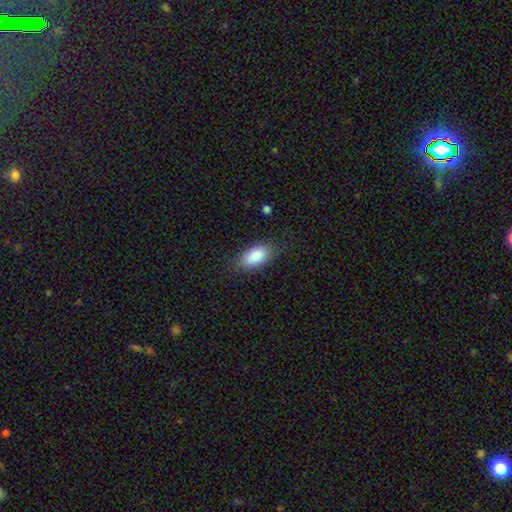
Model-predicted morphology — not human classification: Smooth or featured? Predicted: smooth (p=0.86). How rounded? Predicted: in between (p=0.91). Merging? Predicted: none (p=0.80).